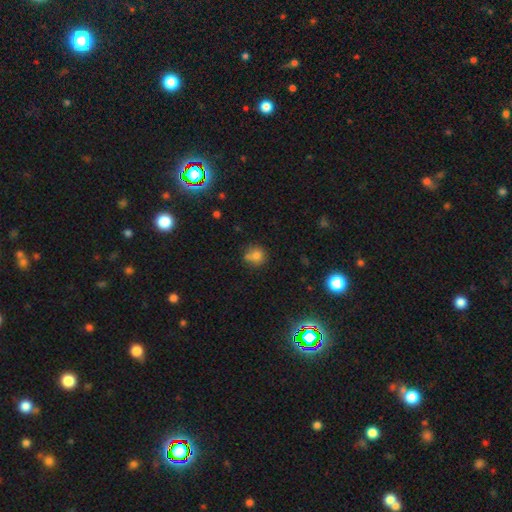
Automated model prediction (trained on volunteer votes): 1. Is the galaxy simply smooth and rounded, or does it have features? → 76% smooth, 13% star or artifact, 10% featured or disk.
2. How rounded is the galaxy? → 84% round, 15% in between, 1% cigar-shaped.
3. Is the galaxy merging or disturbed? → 59% none, 20% merger, 16% minor disturbance, 5% major disturbance.